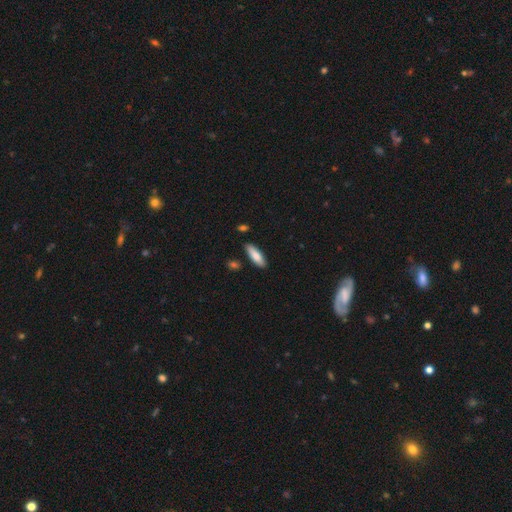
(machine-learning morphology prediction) This appears to be a smooth galaxy with no disk features (81%) that is in between round and cigar-shaped (50%). Merging: none (85%).